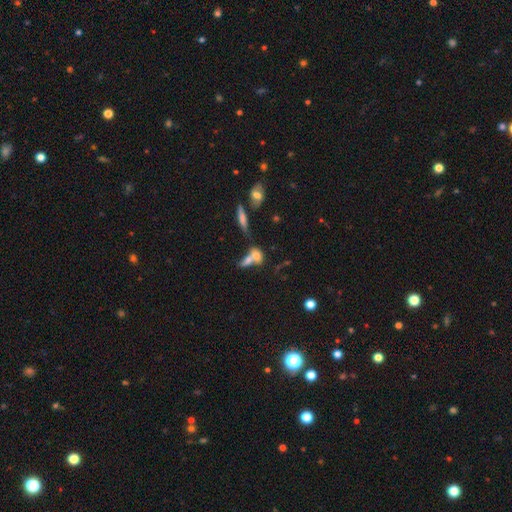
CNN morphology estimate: smooth 66%, featured or disk 21%, star or artifact 13%. Down the decision tree: how rounded — in between (68%); merging — merger (58%).